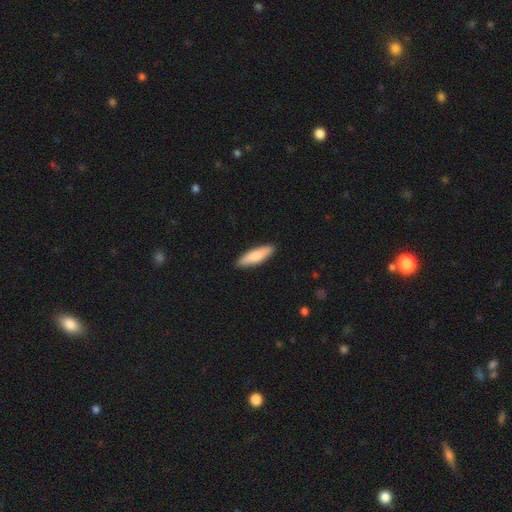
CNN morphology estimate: A smooth galaxy with no disk features (81%) that is cigar-shaped (61%).

Vote fractions:
- Smooth or featured? smooth: 81% / featured or disk: 14% / star or artifact: 5%
- How rounded? cigar-shaped: 61% / in between: 37% / round: 2%
- Merging? none: 90% / minor disturbance: 7% / major disturbance: 1% / merger: 1%